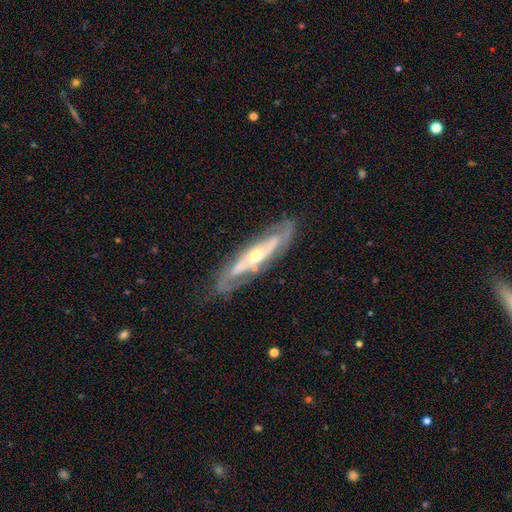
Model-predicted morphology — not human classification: Q: Smooth or featured?
A: featured or disk (82%); runner-up: smooth (13%)
Q: Edge-on disk?
A: no (73%); runner-up: yes (27%)
Q: Bar?
A: no (59%); runner-up: weak (21%)
Q: Spiral arms?
A: yes (76%); runner-up: no (24%)
Q: Bulge size?
A: moderate (57%); runner-up: small (36%)
Q: Merging?
A: none (76%); runner-up: minor disturbance (15%)